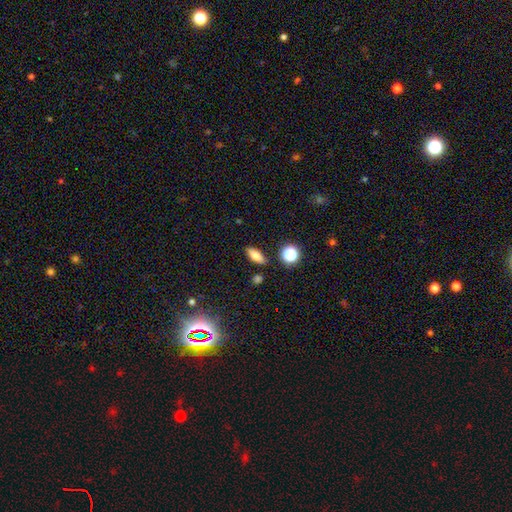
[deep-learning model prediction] Overall: smooth (70%). How rounded: in between (70%). Merging: none (85%).